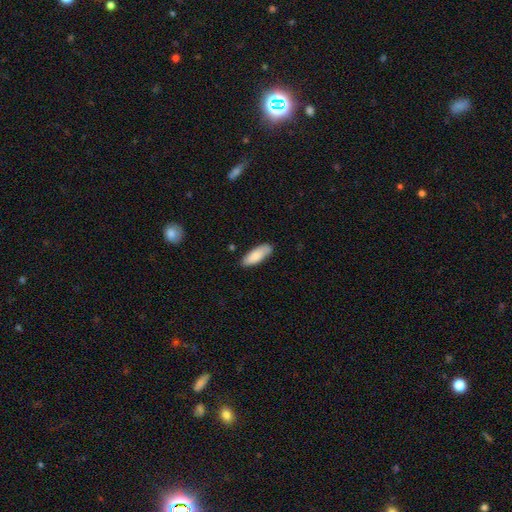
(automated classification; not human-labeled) Smooth or featured: smooth — 83% (featured or disk — 12%)
How rounded: in between — 71% (cigar-shaped — 27%)
Merging: none — 78% (minor disturbance — 17%)